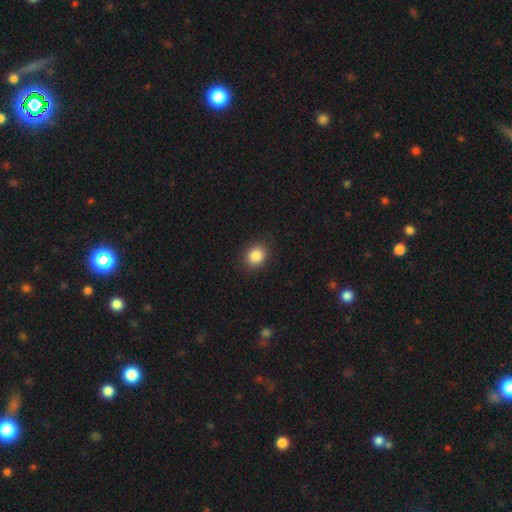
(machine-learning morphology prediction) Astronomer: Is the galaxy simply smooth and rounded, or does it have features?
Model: smooth — 86%.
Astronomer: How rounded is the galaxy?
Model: round — 66%.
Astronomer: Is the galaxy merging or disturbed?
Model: none — 88%.